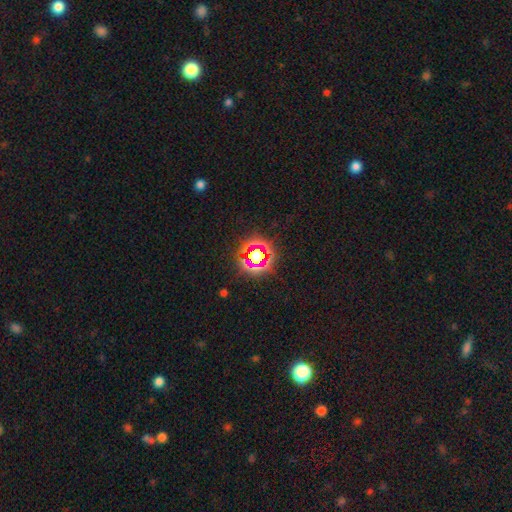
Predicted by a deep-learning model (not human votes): This appears to be a star or artifact, not a galaxy (63%).